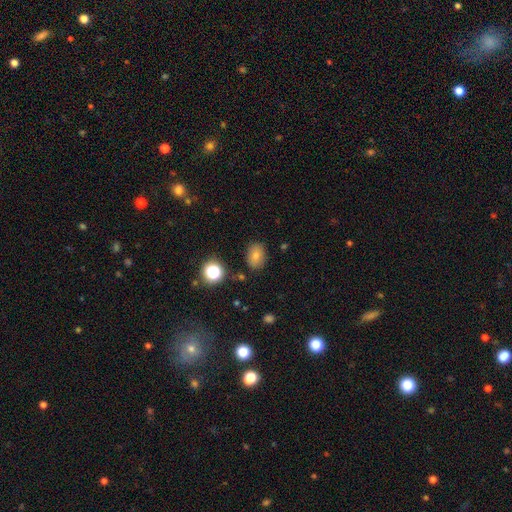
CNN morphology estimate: Smooth or featured?
  - smooth: 75% *
  - star or artifact: 13%
  - featured or disk: 12%
How rounded?
  - in between: 68% *
  - round: 30%
  - cigar-shaped: 1%
Merging?
  - none: 83% *
  - minor disturbance: 12%
  - major disturbance: 3%
  - merger: 3%